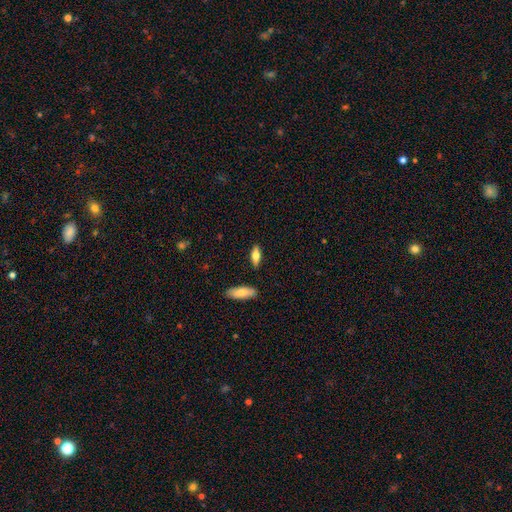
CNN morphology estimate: Overall: smooth (63%; featured or disk 30%). How rounded: in between (67%; cigar-shaped 30%). Merging: none (86%).